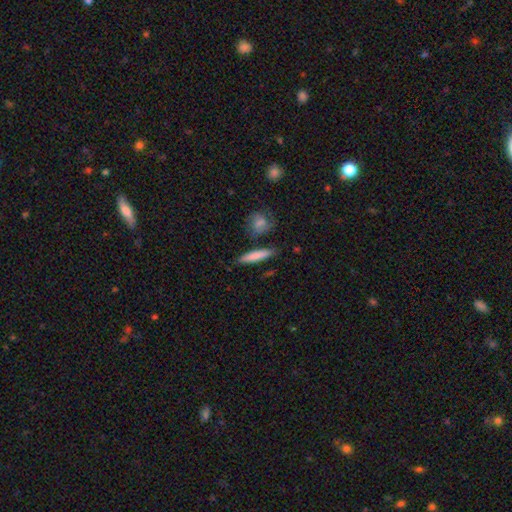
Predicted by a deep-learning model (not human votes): Overall: smooth (75%). How rounded: cigar-shaped (87%). Merging: none (82%).